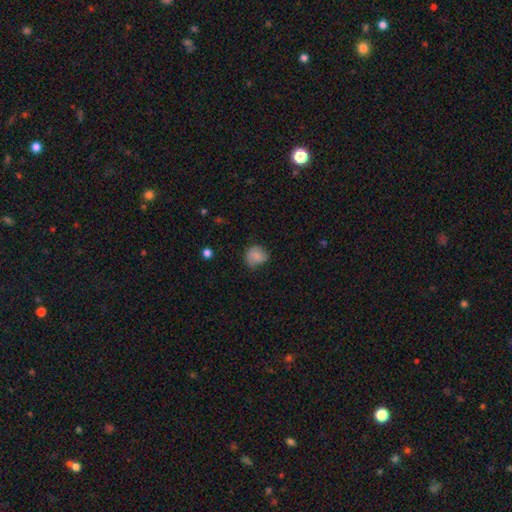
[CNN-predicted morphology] Smooth or featured? smooth (80%)
How rounded? round (72%)
Merging? none (57%)